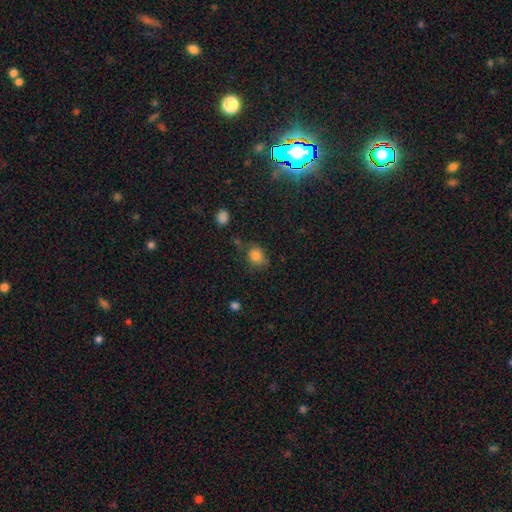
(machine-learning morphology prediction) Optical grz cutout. It shows a smooth galaxy with no disk features (81%) that is round (59%). Merging: none (64%).